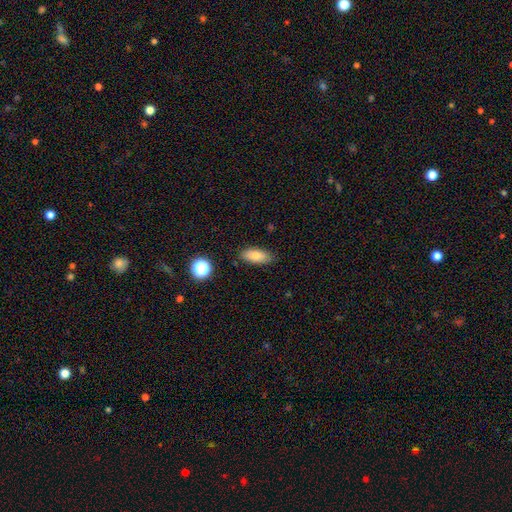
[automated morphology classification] type=smooth (82%); roundness=in between (82%); merging=none (83%).